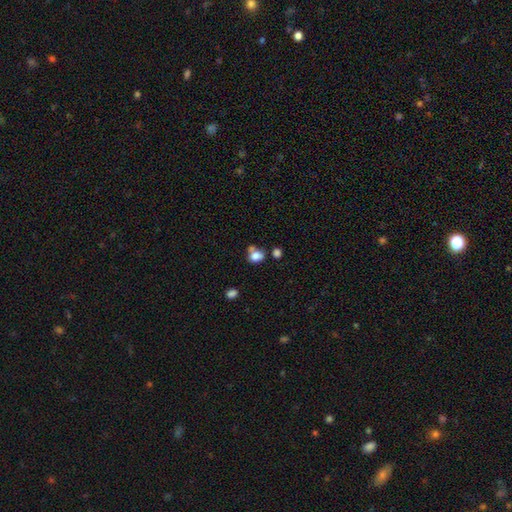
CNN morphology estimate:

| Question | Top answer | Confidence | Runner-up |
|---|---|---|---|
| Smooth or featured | smooth | 79% | star or artifact (11%) |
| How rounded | in between | 56% | round (42%) |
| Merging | none | 41% | merger (33%) |